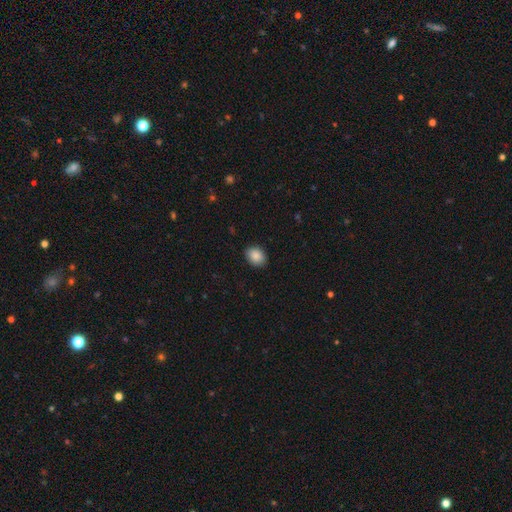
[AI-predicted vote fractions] The model was most divided on "how rounded": in between: 65%, round: 34%, cigar-shaped: 1%. More confident: smooth or featured — smooth (89%); merging — none (88%).